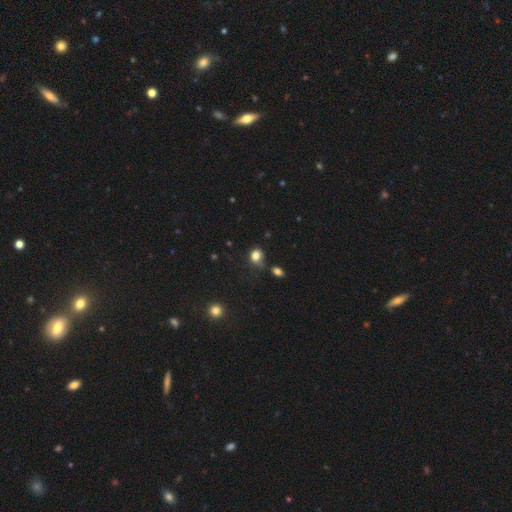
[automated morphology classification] type=smooth (80%); roundness=round (59%); merging=none (57%).